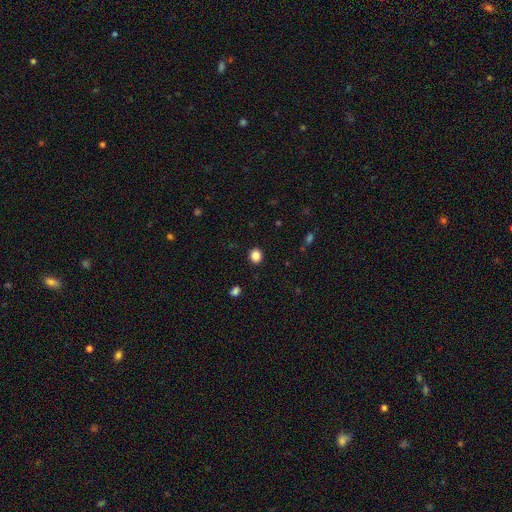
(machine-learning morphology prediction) The model was most divided on "how rounded": round: 80%, in between: 19%, cigar-shaped: 1%. More confident: merging — none (91%); smooth or featured — smooth (85%).